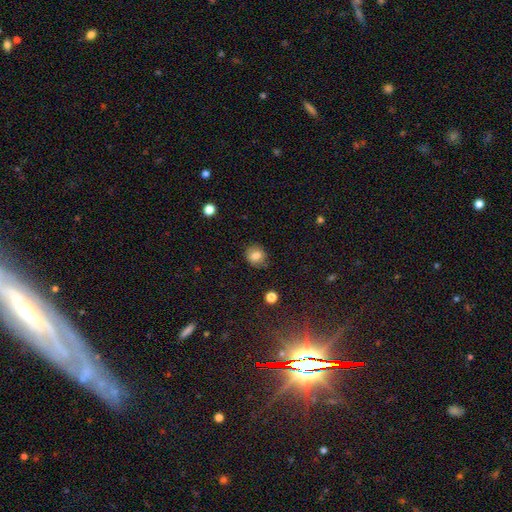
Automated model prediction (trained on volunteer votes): Smooth or featured?
  - smooth: 80% *
  - star or artifact: 10%
  - featured or disk: 9%
How rounded?
  - round: 77% *
  - in between: 22%
  - cigar-shaped: 1%
Merging?
  - none: 80% *
  - minor disturbance: 15%
  - major disturbance: 4%
  - merger: 2%